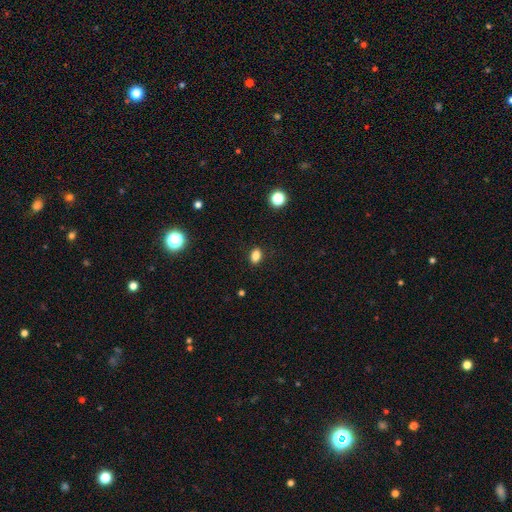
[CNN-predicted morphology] Smooth or featured?
  - smooth: 83% *
  - star or artifact: 12%
  - featured or disk: 5%
How rounded?
  - in between: 77% *
  - round: 21%
  - cigar-shaped: 2%
Merging?
  - none: 88% *
  - minor disturbance: 8%
  - major disturbance: 2%
  - merger: 1%